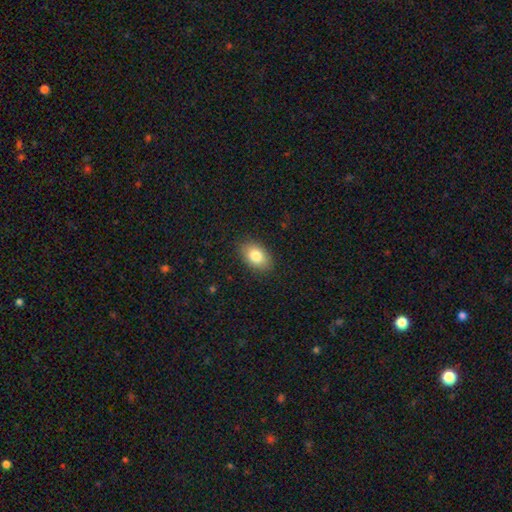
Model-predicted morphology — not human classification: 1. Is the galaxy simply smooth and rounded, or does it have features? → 83% smooth, 10% featured or disk, 8% star or artifact.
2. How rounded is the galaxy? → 89% in between, 10% round, 1% cigar-shaped.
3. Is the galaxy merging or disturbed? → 87% none, 10% minor disturbance, 2% major disturbance, 1% merger.